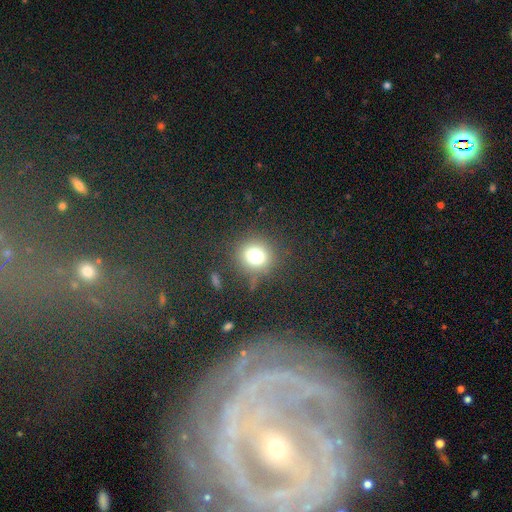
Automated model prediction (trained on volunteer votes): A smooth galaxy with no disk features (75%) that is round (79%). Merging: none (81%).